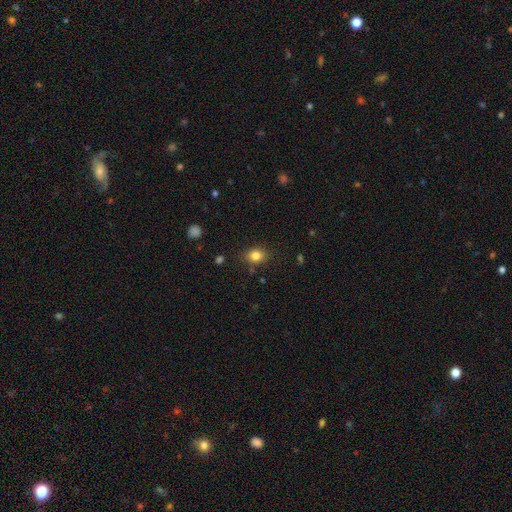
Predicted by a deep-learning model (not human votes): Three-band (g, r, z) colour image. It shows a smooth galaxy with no disk features (82%) that is in between round and cigar-shaped (53%). Merging: none (82%).